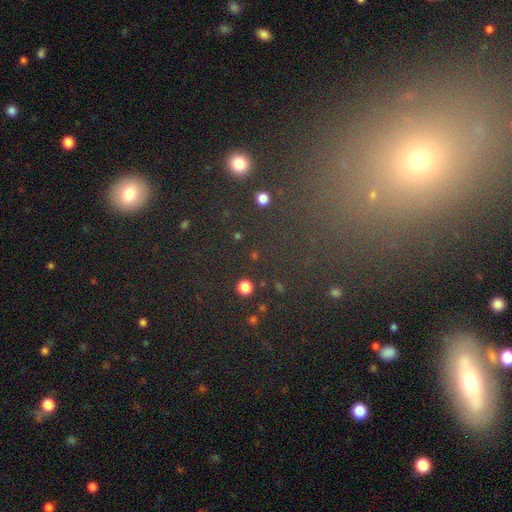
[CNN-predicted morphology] A star or artifact, not a galaxy (47%).

Vote fractions:
- Smooth or featured? star or artifact: 47% / smooth: 39% / featured or disk: 14%